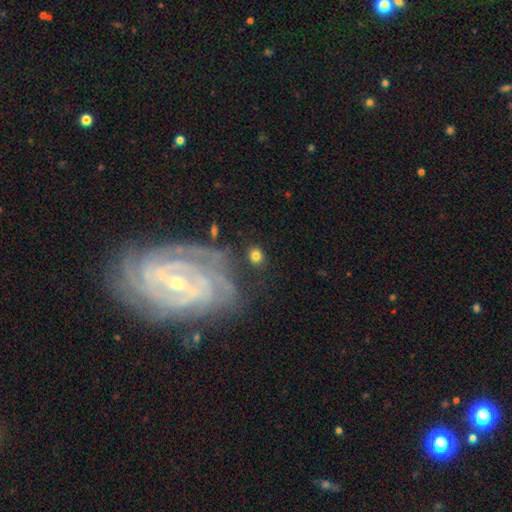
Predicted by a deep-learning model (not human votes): Smooth or featured: smooth — 77% (featured or disk — 14%)
How rounded: round — 74% (in between — 24%)
Merging: none — 79% (minor disturbance — 10%)